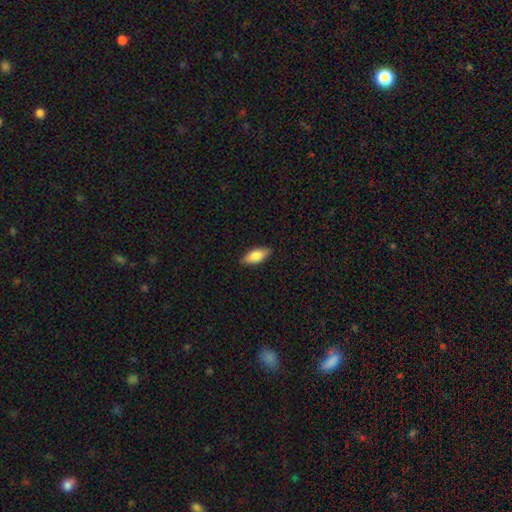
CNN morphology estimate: Smooth or featured? Predicted: smooth (p=0.83). How rounded? Predicted: in between (p=0.82). Merging? Predicted: none (p=0.86).